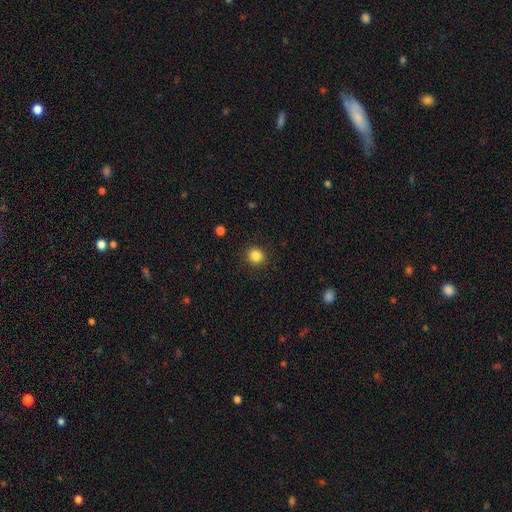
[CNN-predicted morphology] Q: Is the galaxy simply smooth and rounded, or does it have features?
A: smooth — 85%.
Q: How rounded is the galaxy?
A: round — 89%.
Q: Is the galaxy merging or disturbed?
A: none — 91%.